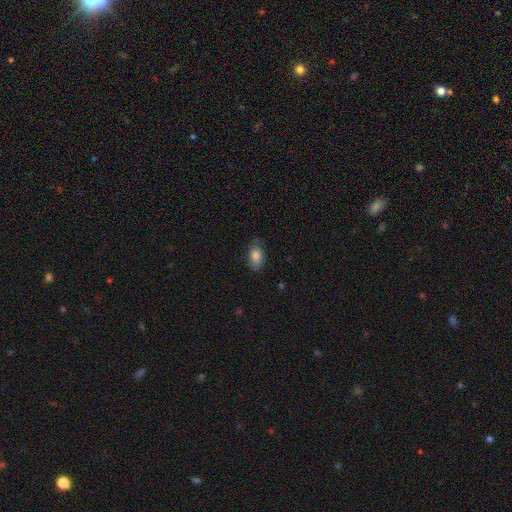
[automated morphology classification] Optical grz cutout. It shows a smooth galaxy with no disk features (80%) that is in between round and cigar-shaped (89%). Merging: none (74%).